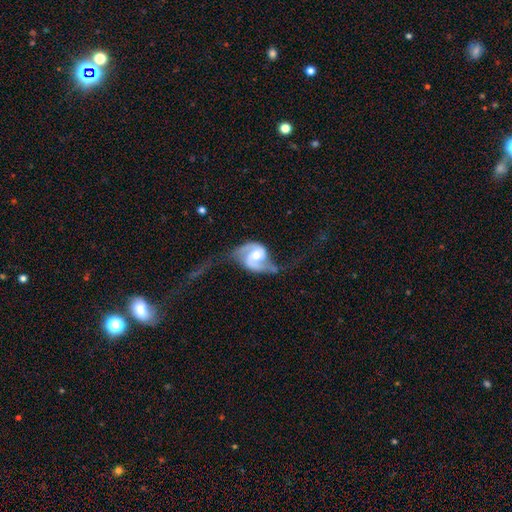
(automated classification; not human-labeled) The model was most divided on "spiral winding" (2-way tie): medium: 42%, loose: 42%, tight: 17%. Remaining: edge-on disk — no (98%); spiral arms — yes (96%); spiral arm count — 2 (90%); smooth or featured — featured or disk (86%); bulge size — moderate (48%); bar — weak (47%); merging — major disturbance (38%).